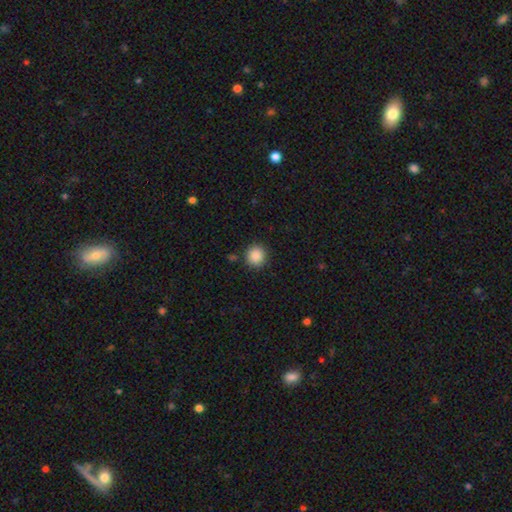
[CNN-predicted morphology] smooth-or-featured: smooth: 88% | star or artifact: 9% | featured or disk: 3%
  how-rounded: round: 92% | in between: 7% | cigar-shaped: 1%
  merging: none: 87% | minor disturbance: 8% | major disturbance: 3% | merger: 2%